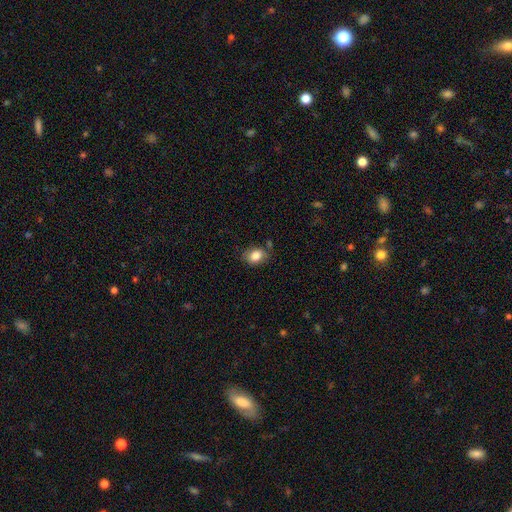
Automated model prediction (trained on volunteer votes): Smooth or featured?
  - smooth: 84% *
  - star or artifact: 9%
  - featured or disk: 8%
How rounded?
  - in between: 62% *
  - round: 37%
  - cigar-shaped: 1%
Merging?
  - none: 73% *
  - minor disturbance: 18%
  - major disturbance: 4%
  - merger: 4%